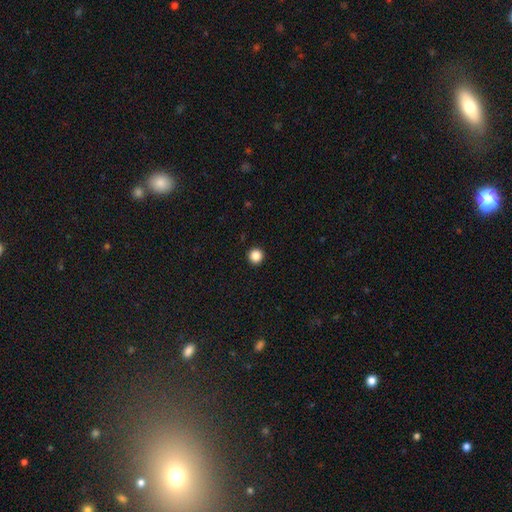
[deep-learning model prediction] Smooth or featured: smooth — 86% (star or artifact — 11%)
How rounded: round — 96% (in between — 3%)
Merging: none — 94% (minor disturbance — 4%)